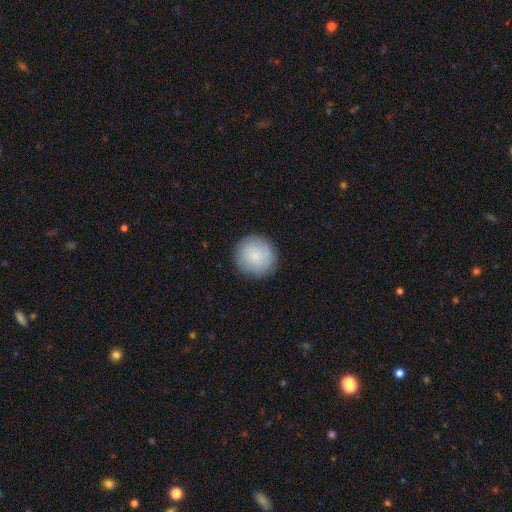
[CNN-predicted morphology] Smooth or featured? Predicted: smooth (p=0.85). How rounded? Predicted: round (p=0.92). Merging? Predicted: none (p=0.89).